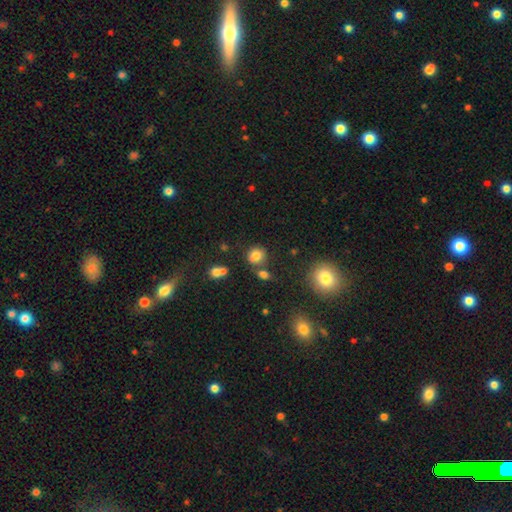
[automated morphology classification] type=smooth (79%); roundness=round (79%); merging=none (71%).